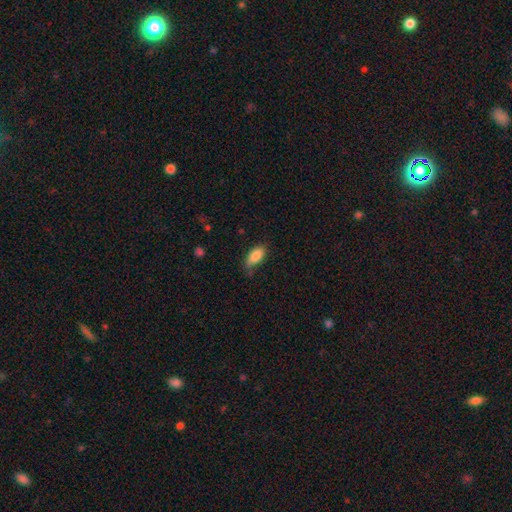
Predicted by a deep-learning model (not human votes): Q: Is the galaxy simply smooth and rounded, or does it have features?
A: smooth — 85%.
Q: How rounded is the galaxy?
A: in between — 89%.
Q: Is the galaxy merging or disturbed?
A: none — 67%.